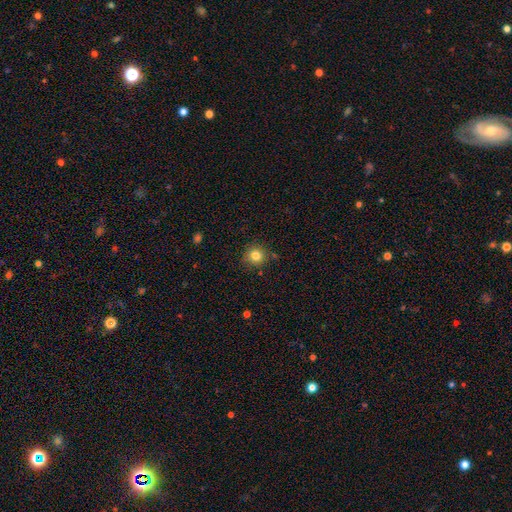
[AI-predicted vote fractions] smooth-or-featured: smooth: 82% | star or artifact: 12% | featured or disk: 7%
  how-rounded: round: 92% | in between: 7% | cigar-shaped: 1%
  merging: none: 85% | minor disturbance: 9% | merger: 3% | major disturbance: 2%